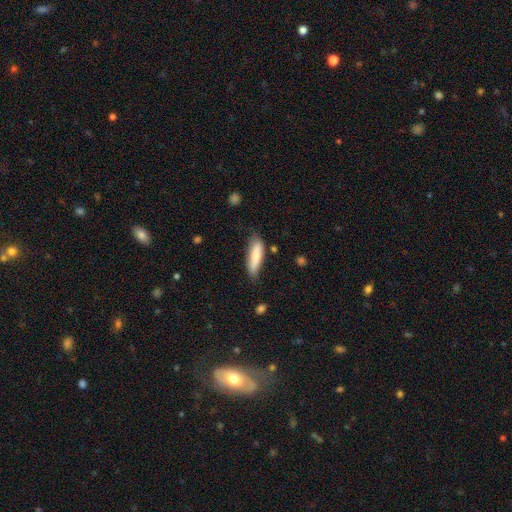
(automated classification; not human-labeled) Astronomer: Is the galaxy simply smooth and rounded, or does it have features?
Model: smooth — 73%.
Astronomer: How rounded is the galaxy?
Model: cigar-shaped — 59% (runner-up: in between, 39%).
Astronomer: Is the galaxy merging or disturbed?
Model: none — 67%.